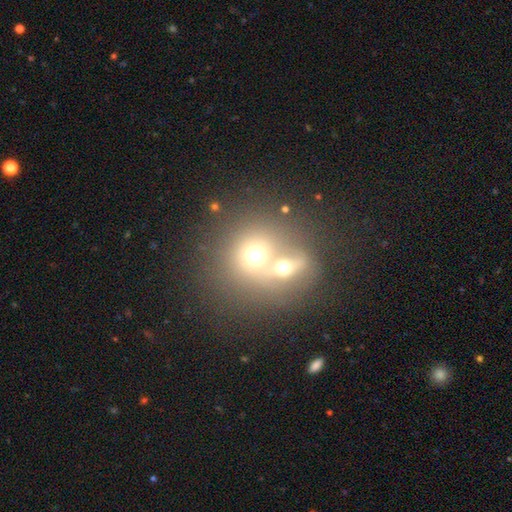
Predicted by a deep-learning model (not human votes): The model was most divided on "smooth or featured": smooth: 57%, featured or disk: 28%, star or artifact: 15%. More confident: how rounded — round (79%); merging — merger (74%).